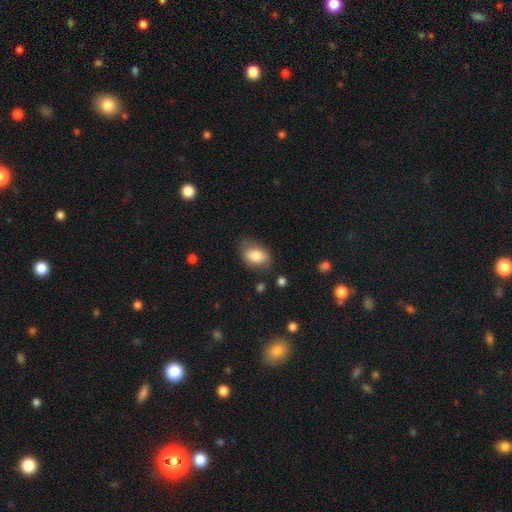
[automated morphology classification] This appears to be a smooth galaxy with no disk features (82%) that is in between round and cigar-shaped (84%). Merging: none (69%).